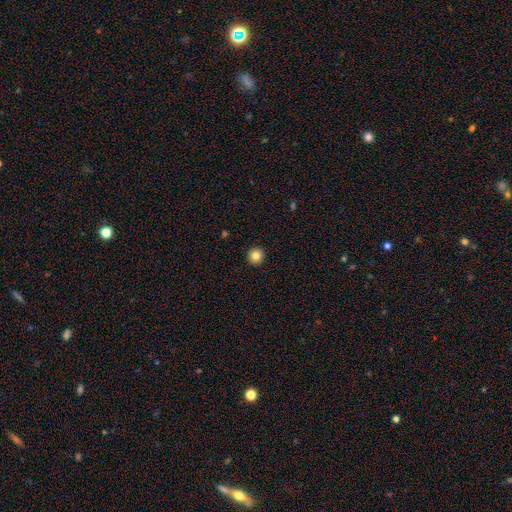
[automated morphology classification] Smooth or featured? Predicted: smooth (p=0.84). How rounded? Predicted: round (p=0.94). Merging? Predicted: none (p=0.93).